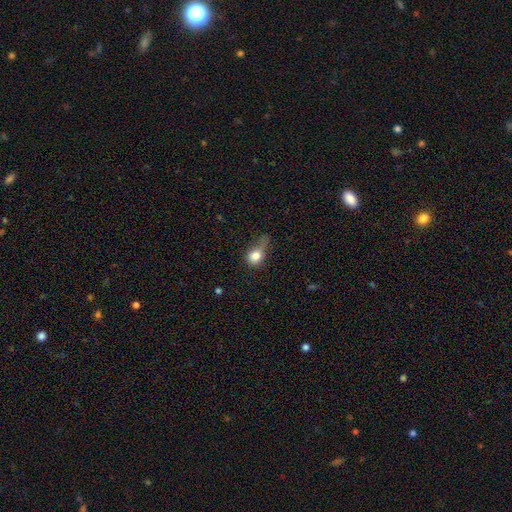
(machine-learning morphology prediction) The model was most divided on "merging": major disturbance: 40%, minor disturbance: 32%, none: 21%, merger: 8%. More confident: smooth or featured — smooth (78%); how rounded — round (55%).